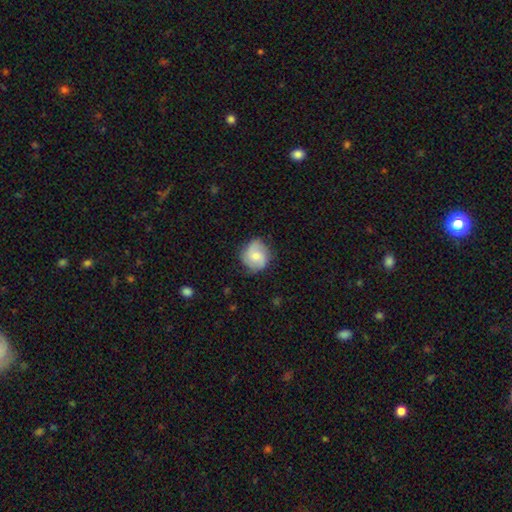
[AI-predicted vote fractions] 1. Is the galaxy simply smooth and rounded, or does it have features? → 49% featured or disk, 44% smooth, 7% star or artifact.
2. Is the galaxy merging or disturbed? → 76% none, 18% minor disturbance, 5% major disturbance, 1% merger.